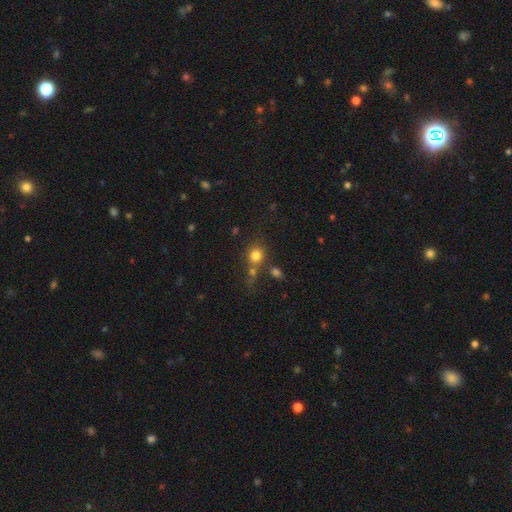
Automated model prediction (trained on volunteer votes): Smooth or featured?
  - smooth: 78% *
  - star or artifact: 14%
  - featured or disk: 8%
How rounded?
  - round: 78% *
  - in between: 20%
  - cigar-shaped: 1%
Merging?
  - none: 56% *
  - merger: 26%
  - minor disturbance: 11%
  - major disturbance: 6%